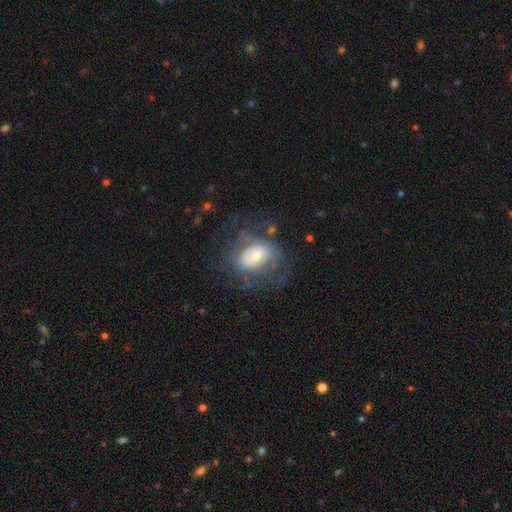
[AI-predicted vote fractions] smooth-or-featured: featured or disk: 55% | smooth: 36% | star or artifact: 9%
  disk-edge-on: no: 95% | yes: 5%
    bar: no: 67% | weak: 26% | strong: 7%
    has-spiral-arms: yes: 54% | no: 46%
    bulge-size: moderate: 48% | small: 36% | large: 12% | dominant: 2% | none: 2%
  merging: none: 52% | major disturbance: 24% | minor disturbance: 21% | merger: 2%